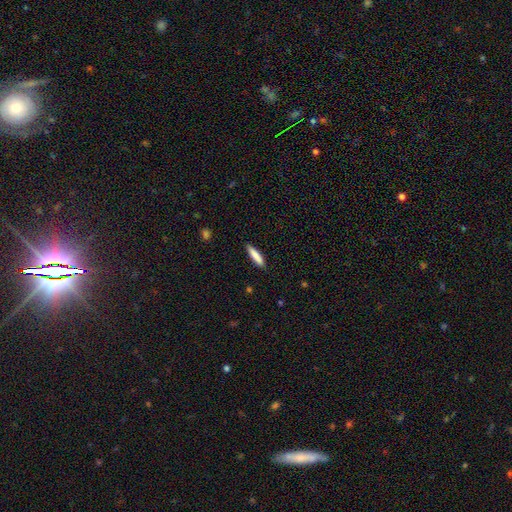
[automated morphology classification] The model was most divided on "smooth or featured": smooth: 82%, featured or disk: 12%, star or artifact: 6%. More confident: merging — none (89%); how rounded — cigar-shaped (84%).